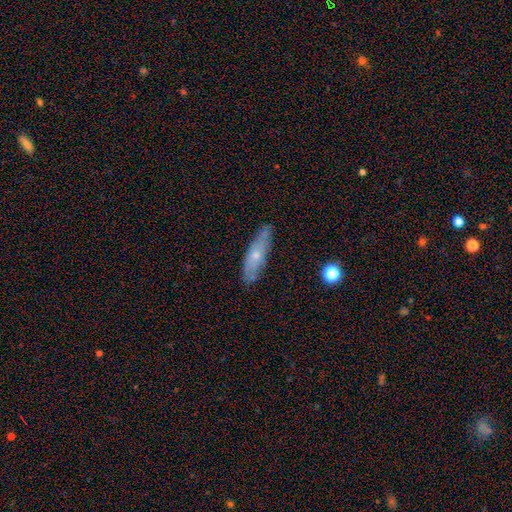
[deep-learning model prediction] A smooth galaxy with no disk features (51%) that is cigar-shaped (62%). Merging: none (78%).